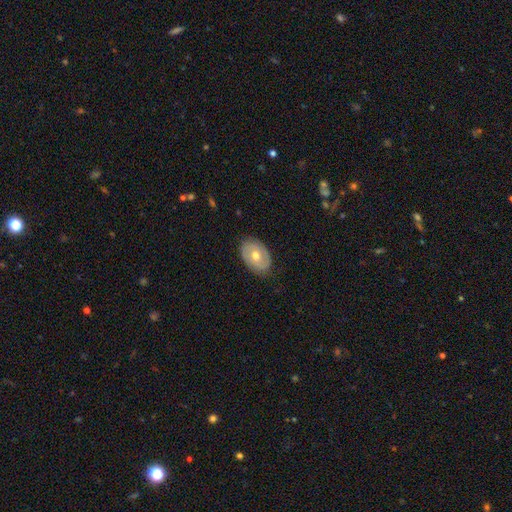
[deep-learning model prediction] The model was most divided on "smooth or featured": featured or disk: 50%, smooth: 44%, star or artifact: 6%. More confident: merging — none (80%).